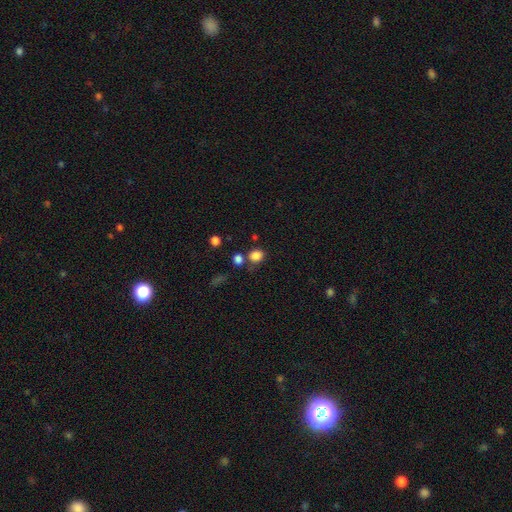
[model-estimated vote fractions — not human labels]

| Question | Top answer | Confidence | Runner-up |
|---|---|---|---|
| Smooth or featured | smooth | 83% | star or artifact (12%) |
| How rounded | round | 62% | in between (37%) |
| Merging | none | 66% | merger (16%) |